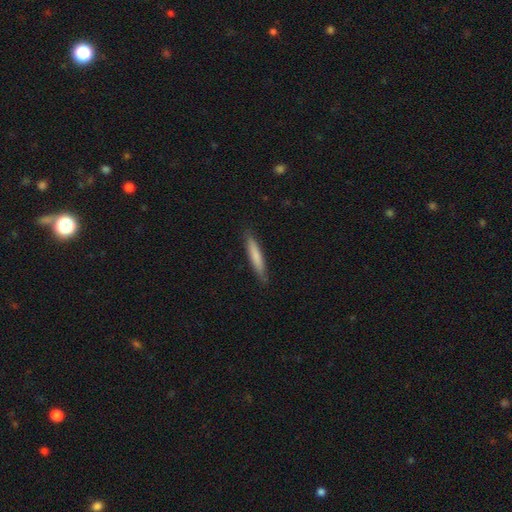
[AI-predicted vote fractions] smooth_or_featured: smooth (p=0.76) [alt: featured or disk p=0.19]
how_rounded: cigar-shaped (p=0.91) [alt: in between p=0.08]
merging: none (p=0.87) [alt: minor disturbance p=0.10]